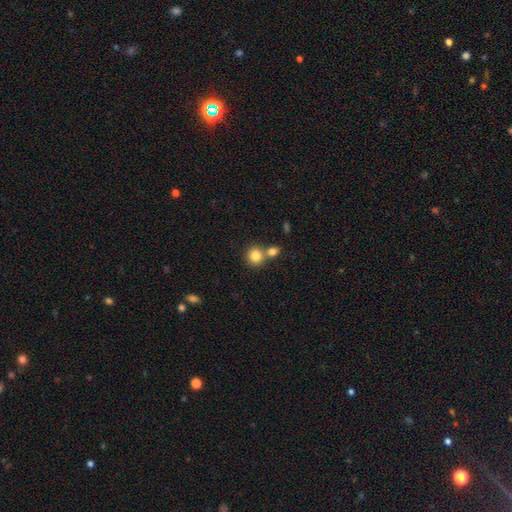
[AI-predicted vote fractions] A smooth galaxy with no disk features (83%) that is round (85%).

Vote fractions:
- Smooth or featured? smooth: 83% / star or artifact: 10% / featured or disk: 8%
- How rounded? round: 85% / in between: 14% / cigar-shaped: 1%
- Merging? none: 52% / merger: 39% / minor disturbance: 7% / major disturbance: 2%